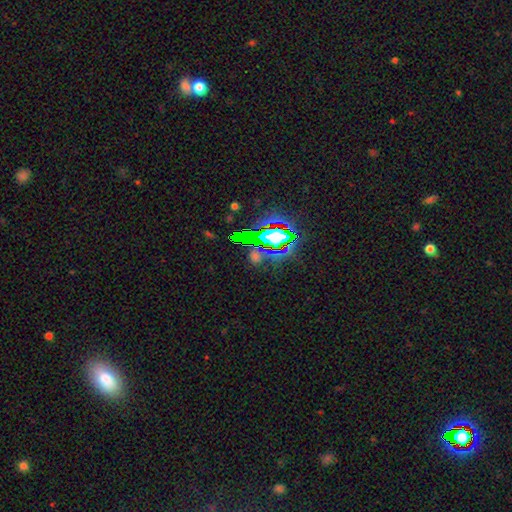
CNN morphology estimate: type=star or artifact (60%).